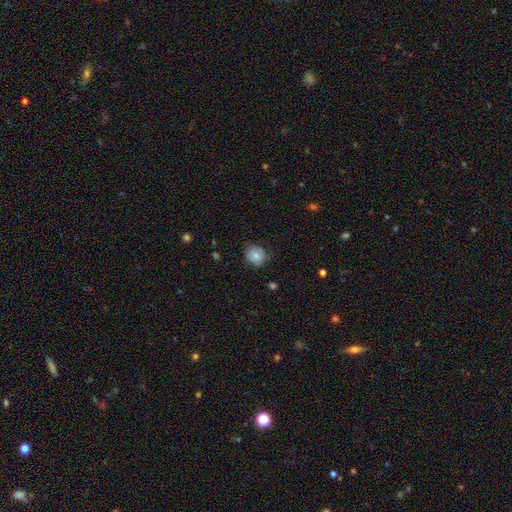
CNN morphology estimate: smooth 78%, featured or disk 14%, star or artifact 9%. Down the decision tree: how rounded — round (79%); merging — none (73%).